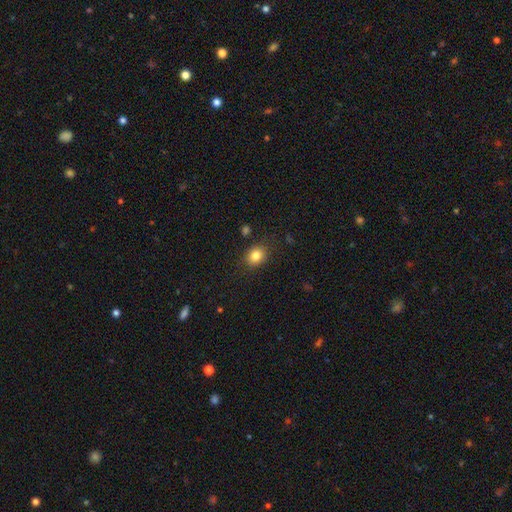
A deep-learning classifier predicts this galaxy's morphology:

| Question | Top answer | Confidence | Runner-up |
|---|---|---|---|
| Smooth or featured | smooth | 82% | star or artifact (11%) |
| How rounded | round | 54% | in between (45%) |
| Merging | none | 84% | minor disturbance (11%) |